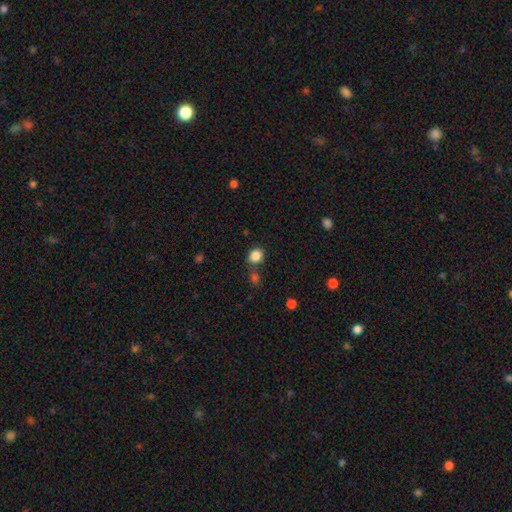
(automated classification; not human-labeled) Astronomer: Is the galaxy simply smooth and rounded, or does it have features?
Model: smooth — 85%.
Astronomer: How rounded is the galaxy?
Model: round — 67%.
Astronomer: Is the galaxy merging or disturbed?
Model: none — 70%.